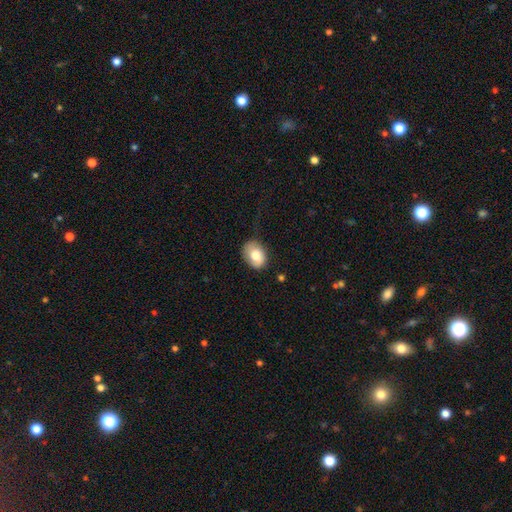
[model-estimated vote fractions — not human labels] Smooth or featured? smooth (78%)
How rounded? in between (68%)
Merging? none (63%)